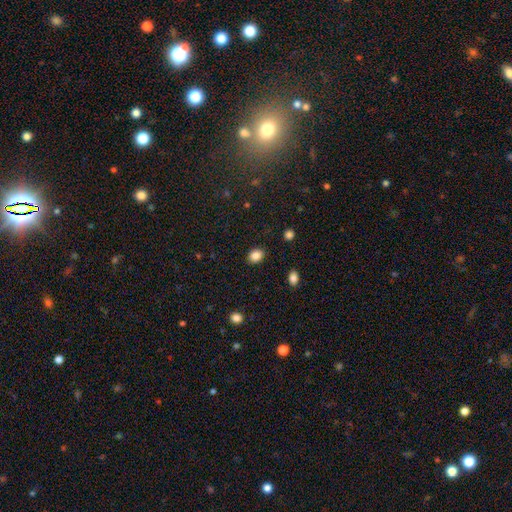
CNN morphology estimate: This is clearly a smooth galaxy (86%). How rounded: possibly in between (51%). Merging: clearly none (89%).